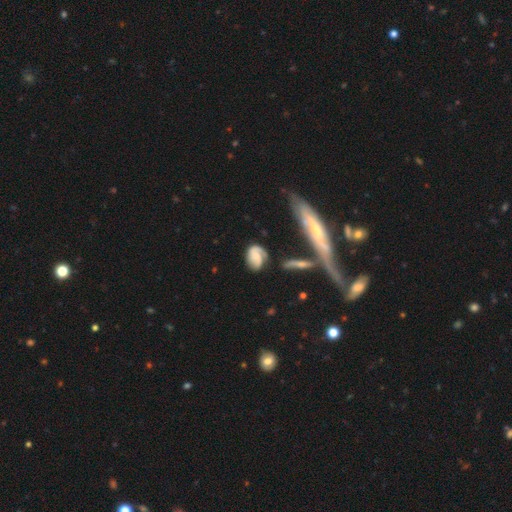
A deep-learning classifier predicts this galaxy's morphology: featured or disk 62%, smooth 30%, star or artifact 7%. Down the decision tree: edge-on disk — no (95%); bar — no (58%); spiral arms — yes (90%); spiral arm count — 2 (74%); spiral winding — medium (41%); bulge size — small (37%); merging — none (60%).